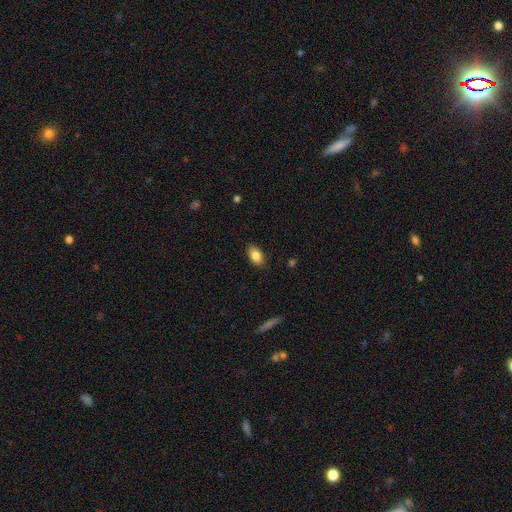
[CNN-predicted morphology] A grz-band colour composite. It shows a smooth galaxy with no disk features (84%) that is in between round and cigar-shaped (91%). Merging: none (87%).